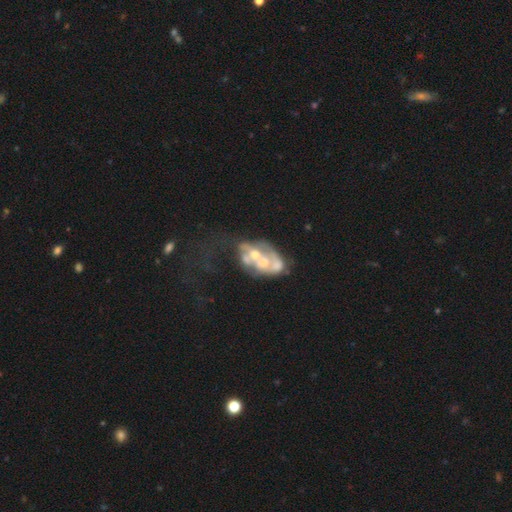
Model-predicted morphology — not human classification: type=featured or disk (70%); edge-on=no (97%); bar=no (84%); spiral arms=no (75%); bulge=moderate (58%); merging=merger (57%).